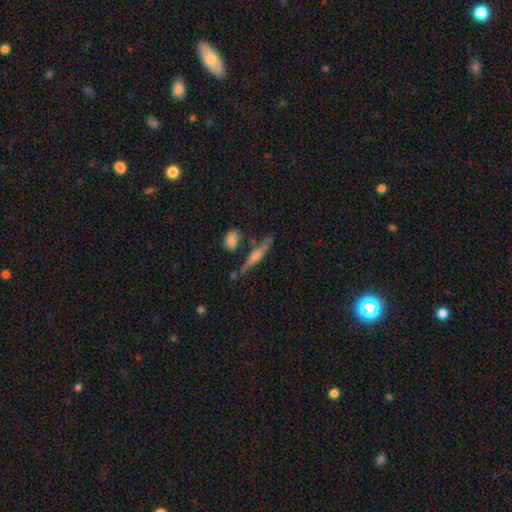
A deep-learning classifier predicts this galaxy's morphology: smooth-or-featured: featured or disk: 59% | smooth: 32% | star or artifact: 9%
  disk-edge-on: yes: 93% | no: 7%
    edge-on-bulge: rounded: 75% | boxy: 15% | none: 10%
  merging: none: 70% | minor disturbance: 16% | merger: 8% | major disturbance: 5%